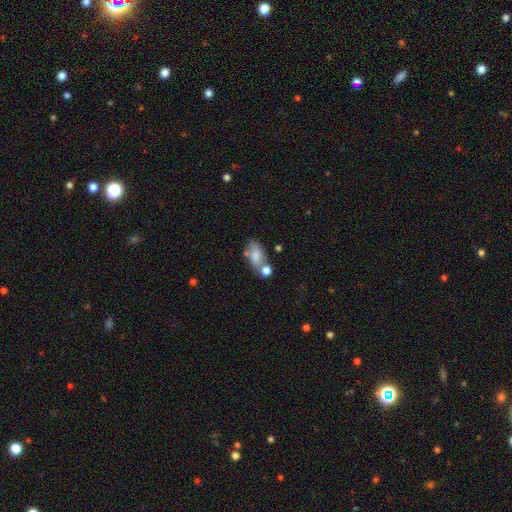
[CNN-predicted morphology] A smooth galaxy with no disk features (72%) that is in between round and cigar-shaped (88%).

Vote fractions:
- Smooth or featured? smooth: 72% / featured or disk: 19% / star or artifact: 9%
- How rounded? in between: 88% / round: 9% / cigar-shaped: 3%
- Merging? none: 42% / merger: 30% / minor disturbance: 19% / major disturbance: 9%